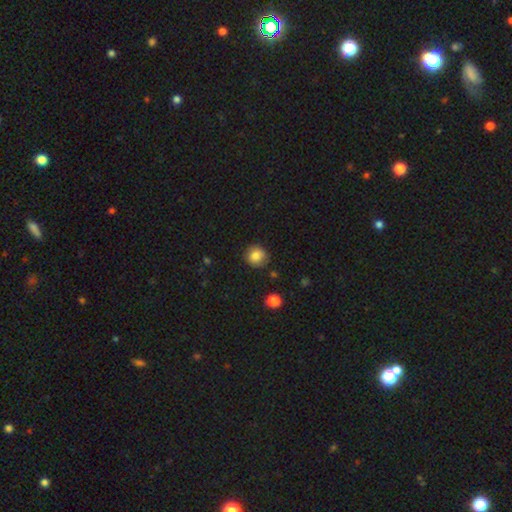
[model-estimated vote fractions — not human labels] A smooth galaxy with no disk features (83%) that is round (87%). Merging: none (86%).